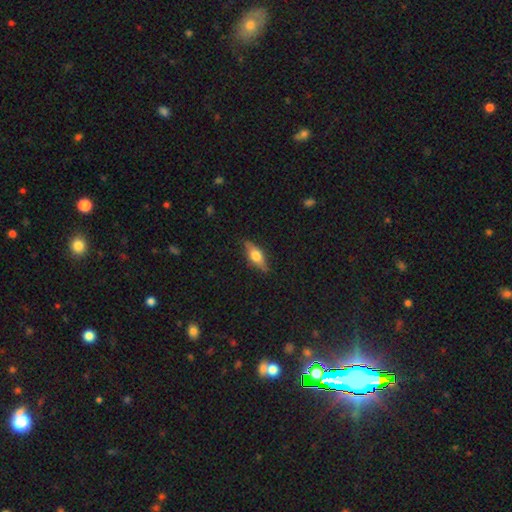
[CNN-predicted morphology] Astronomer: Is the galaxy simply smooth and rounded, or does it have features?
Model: smooth — 48% (runner-up: featured or disk, 45%).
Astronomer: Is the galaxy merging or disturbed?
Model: none — 83%.